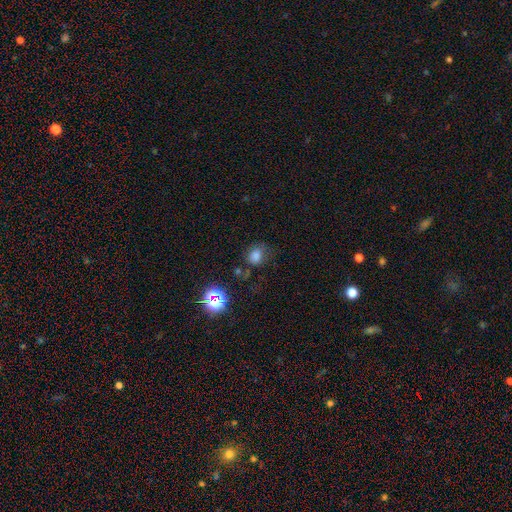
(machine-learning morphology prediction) smooth-or-featured: smooth: 74% | star or artifact: 19% | featured or disk: 7%
  how-rounded: round: 54% | in between: 45% | cigar-shaped: 1%
  merging: none: 61% | minor disturbance: 23% | major disturbance: 12% | merger: 5%